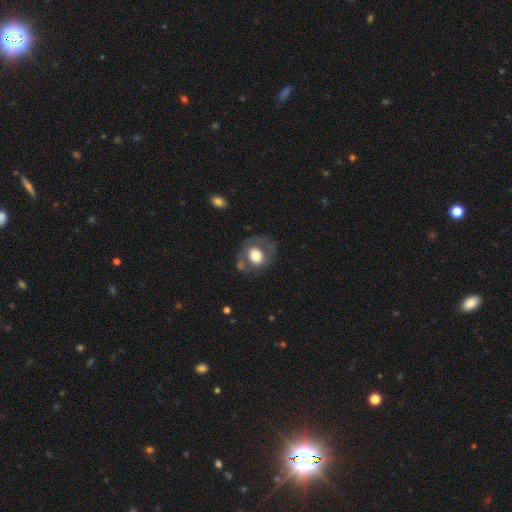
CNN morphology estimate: Smooth or featured?
  - smooth: 61% *
  - featured or disk: 32%
  - star or artifact: 8%
How rounded?
  - round: 69% *
  - in between: 30%
  - cigar-shaped: 1%
Merging?
  - none: 55% *
  - minor disturbance: 21%
  - major disturbance: 17%
  - merger: 8%